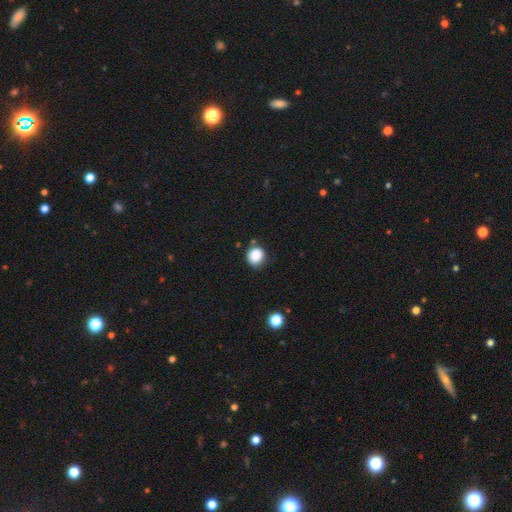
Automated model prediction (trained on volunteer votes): A smooth galaxy with no disk features (85%) that is round (87%). Merging: none (78%).